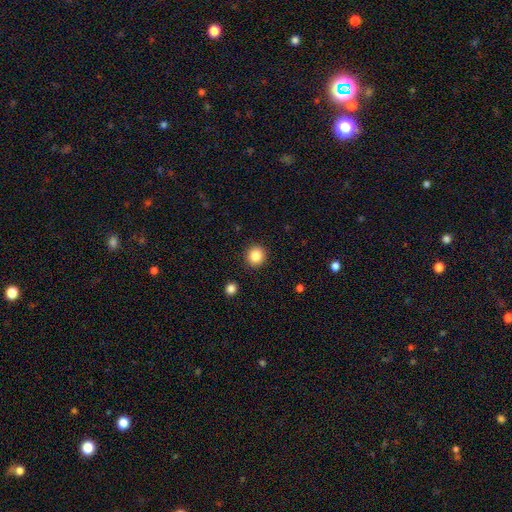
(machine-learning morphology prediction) smooth 85%, star or artifact 10%, featured or disk 5%. Down the decision tree: how rounded — round (91%); merging — none (91%).